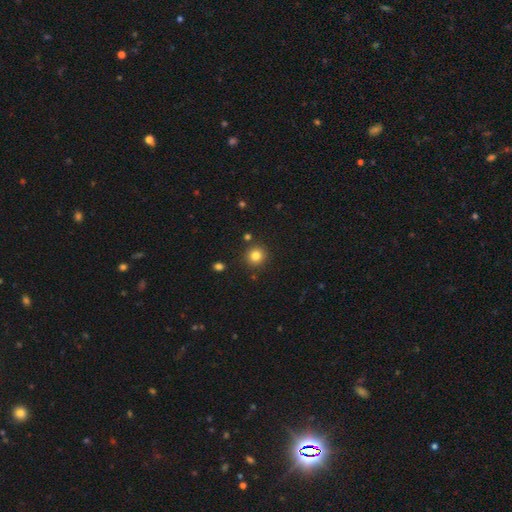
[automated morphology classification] The model was most divided on "smooth or featured": smooth: 81%, star or artifact: 12%, featured or disk: 6%. More confident: how rounded — round (92%); merging — none (88%).